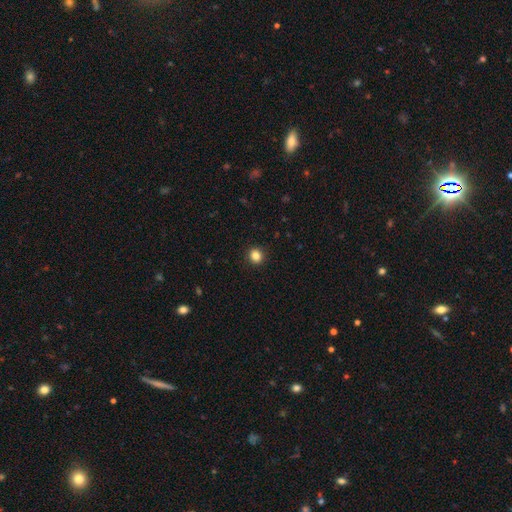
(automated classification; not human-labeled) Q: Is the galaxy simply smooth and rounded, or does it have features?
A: smooth — 85%.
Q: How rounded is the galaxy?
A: round — 87%.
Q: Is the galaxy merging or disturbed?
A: none — 92%.